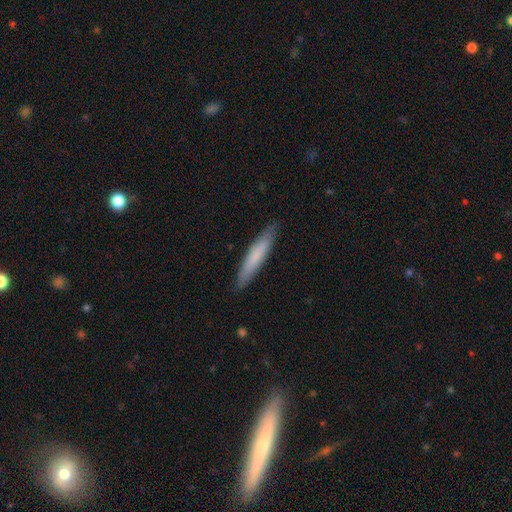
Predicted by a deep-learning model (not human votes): Overall: smooth (73%). How rounded: cigar-shaped (92%). Merging: none (89%).